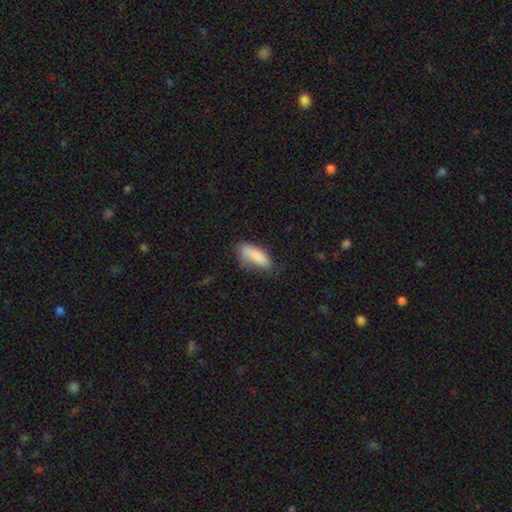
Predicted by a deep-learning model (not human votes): This is clearly a smooth galaxy (81%). How rounded: likely in between (67%). Merging: possibly none (46%).